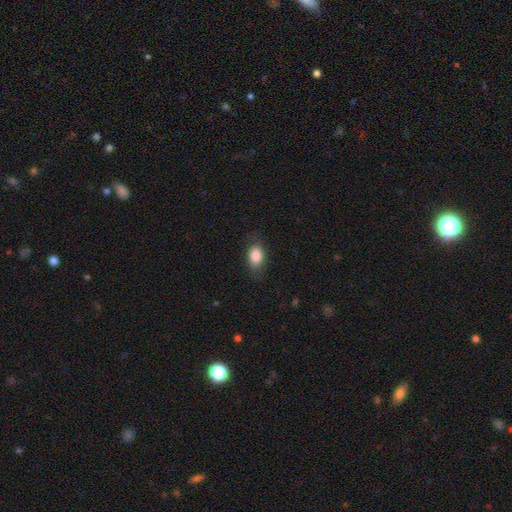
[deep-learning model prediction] A smooth galaxy with no disk features (86%) that is in between round and cigar-shaped (87%).

Vote fractions:
- Smooth or featured? smooth: 86% / star or artifact: 7% / featured or disk: 6%
- How rounded? in between: 87% / round: 11% / cigar-shaped: 2%
- Merging? none: 78% / minor disturbance: 16% / major disturbance: 5% / merger: 1%